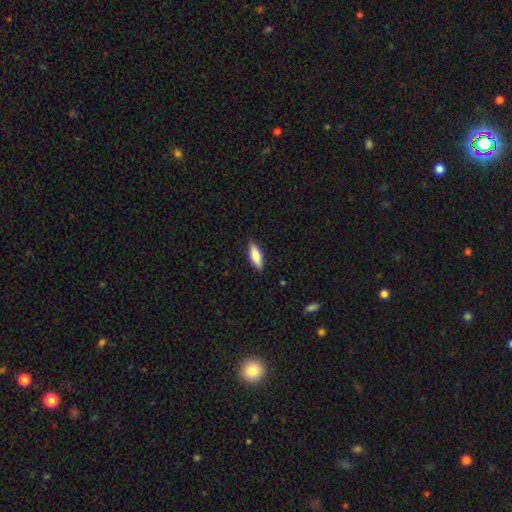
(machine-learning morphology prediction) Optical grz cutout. It shows a smooth galaxy with no disk features (82%) that is in between round and cigar-shaped (62%). Merging: none (86%).